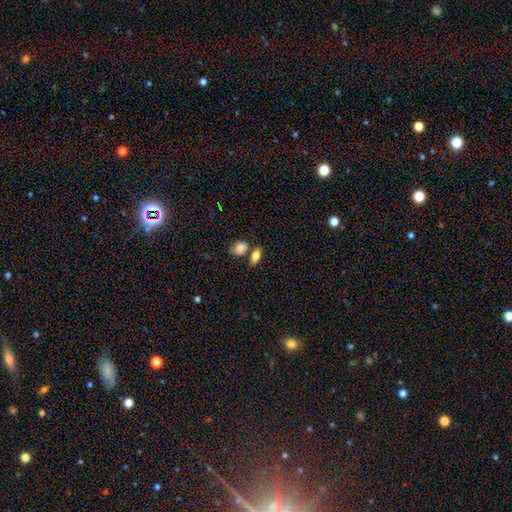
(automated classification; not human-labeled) Smooth or featured?
  - smooth: 80% *
  - featured or disk: 11%
  - star or artifact: 9%
How rounded?
  - in between: 82% *
  - round: 11%
  - cigar-shaped: 7%
Merging?
  - none: 63% *
  - merger: 21%
  - minor disturbance: 12%
  - major disturbance: 4%